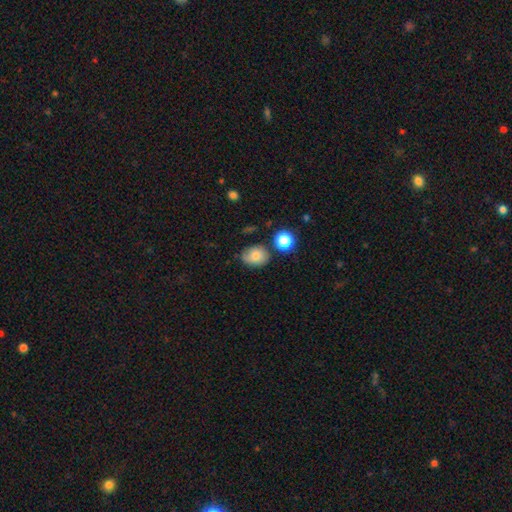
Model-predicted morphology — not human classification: Overall: smooth (74%). How rounded: round (51%; in between 48%). Merging: none (64%; minor disturbance 24%).